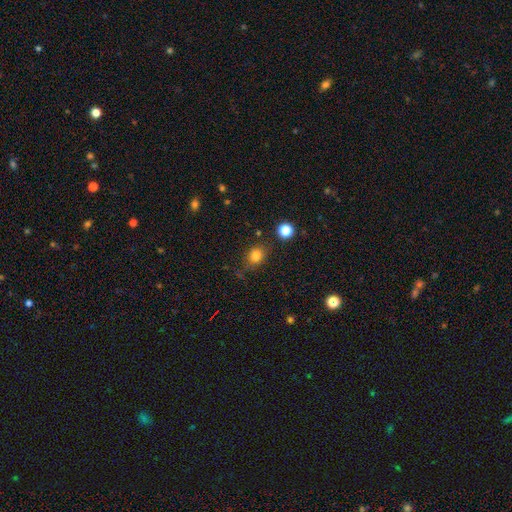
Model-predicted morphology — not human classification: Smooth or featured?
  - smooth: 81% *
  - star or artifact: 13%
  - featured or disk: 6%
How rounded?
  - round: 62% *
  - in between: 36%
  - cigar-shaped: 1%
Merging?
  - none: 73% *
  - minor disturbance: 17%
  - major disturbance: 6%
  - merger: 4%